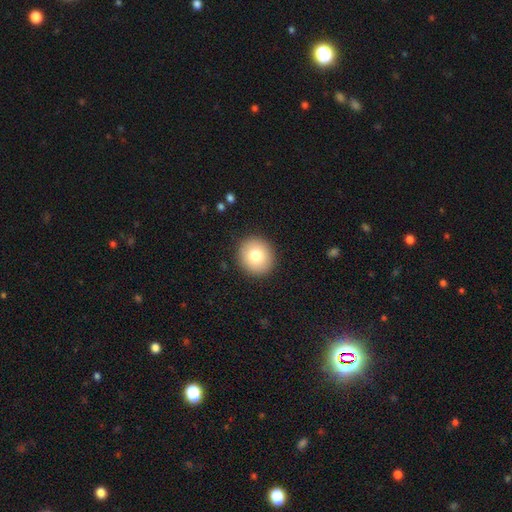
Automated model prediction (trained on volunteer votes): smooth_or_featured: smooth (p=0.78) [alt: featured or disk p=0.13]
how_rounded: round (p=0.88) [alt: in between p=0.11]
merging: none (p=0.91) [alt: minor disturbance p=0.06]